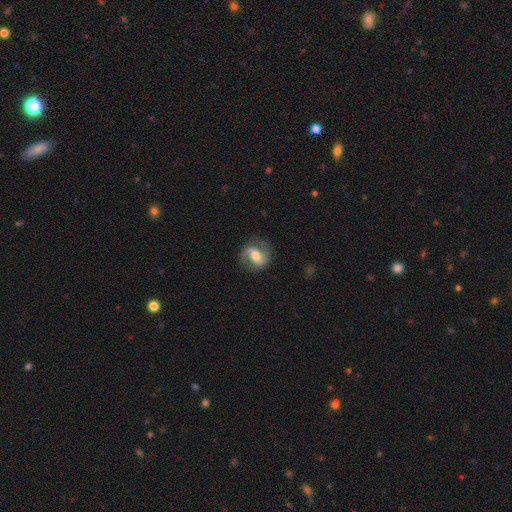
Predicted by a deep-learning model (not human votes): featured or disk 71%, smooth 23%, star or artifact 6%. Down the decision tree: edge-on disk — no (96%); bar — weak (40%); spiral arms — yes (87%); spiral arm count — 2 (85%); spiral winding — medium (50%); bulge size — moderate (65%); merging — none (74%).